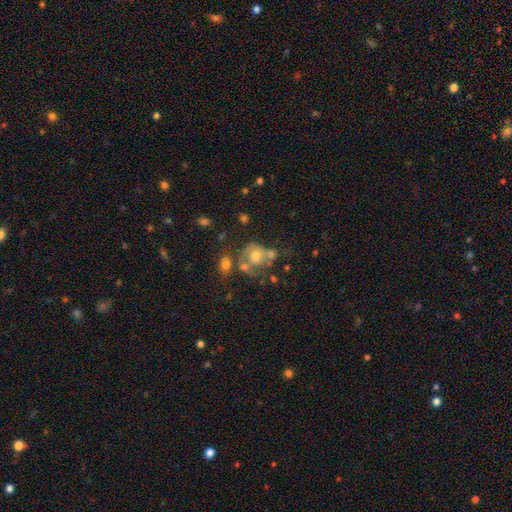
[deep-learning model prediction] featured or disk 45%, smooth 43%, star or artifact 12%. Down the decision tree: merging — merger (33%).